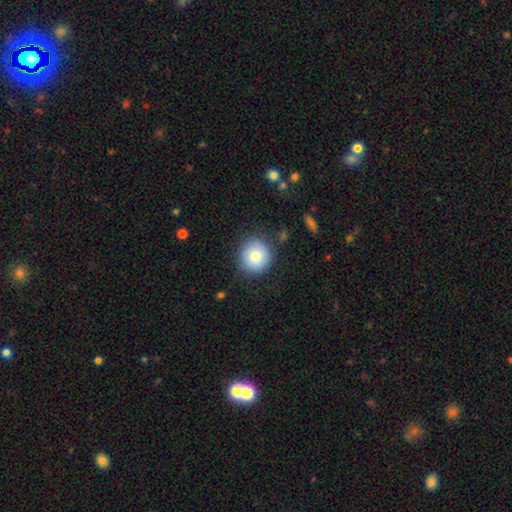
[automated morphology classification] A smooth galaxy with no disk features (78%) that is round (93%).

Vote fractions:
- Smooth or featured? smooth: 78% / featured or disk: 12% / star or artifact: 9%
- How rounded? round: 93% / in between: 6% / cigar-shaped: 1%
- Merging? none: 87% / minor disturbance: 9% / major disturbance: 3% / merger: 2%